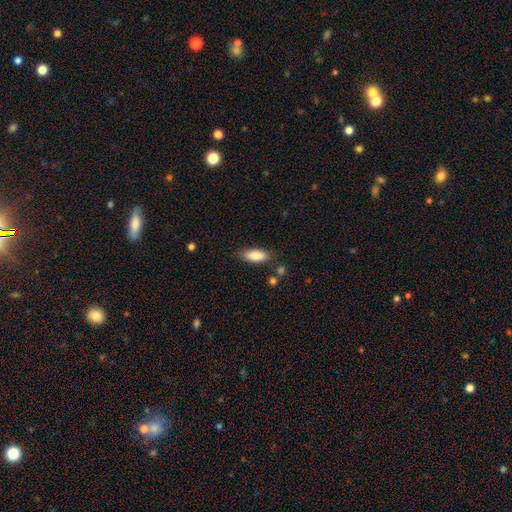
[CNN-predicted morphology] A smooth galaxy with no disk features (85%) that is in between round and cigar-shaped (81%). Merging: none (80%).